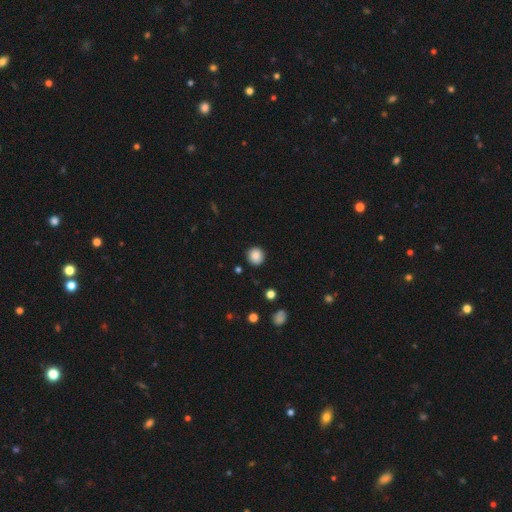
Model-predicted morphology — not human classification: smooth_or_featured: smooth (p=0.87) [alt: star or artifact p=0.10]
how_rounded: round (p=0.90) [alt: in between p=0.09]
merging: none (p=0.89) [alt: minor disturbance p=0.07]